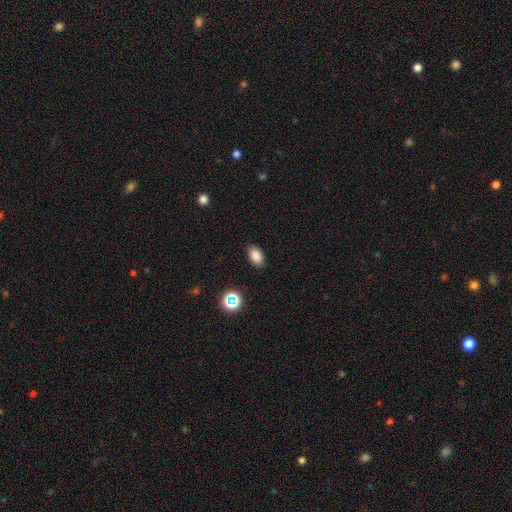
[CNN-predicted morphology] This is clearly a smooth galaxy (84%). How rounded: clearly in between (87%). Merging: clearly none (87%).